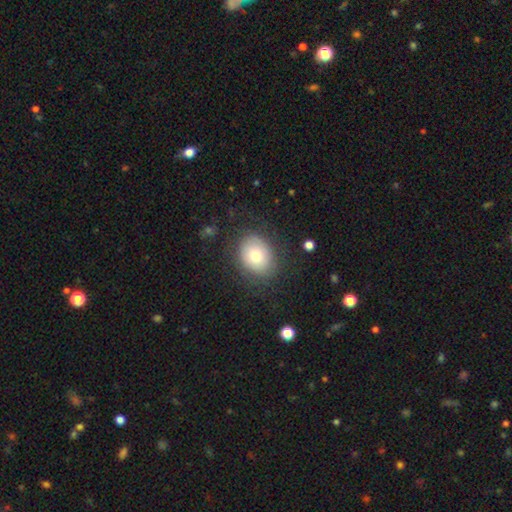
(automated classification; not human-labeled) Smooth or featured: smooth — 69% (featured or disk — 21%)
How rounded: round — 50% (in between — 49%)
Merging: none — 76% (minor disturbance — 15%)